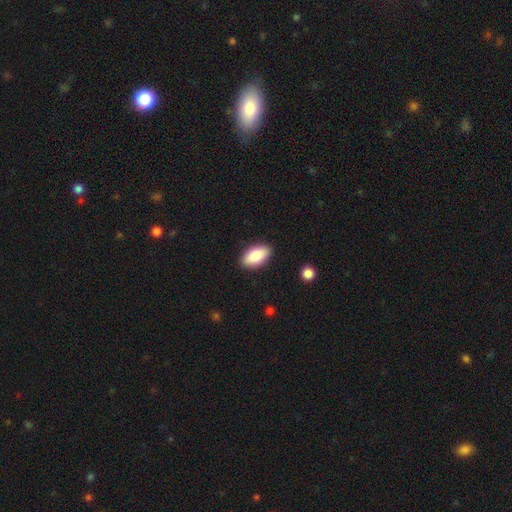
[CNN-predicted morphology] The model was most divided on "smooth or featured": smooth: 83%, featured or disk: 11%, star or artifact: 6%. More confident: how rounded — in between (92%); merging — none (88%).